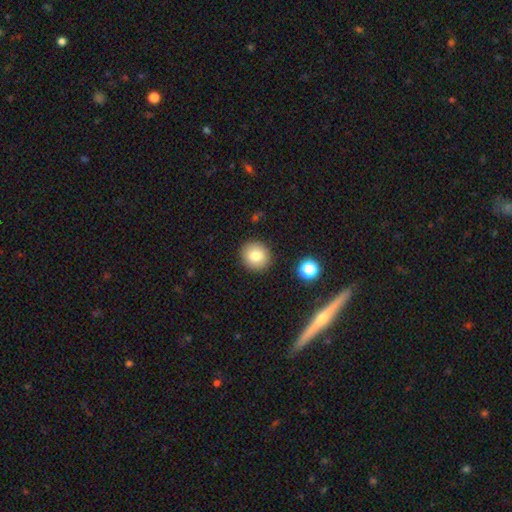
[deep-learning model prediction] smooth 80%, star or artifact 10%, featured or disk 10%. Down the decision tree: how rounded — round (88%); merging — none (90%).